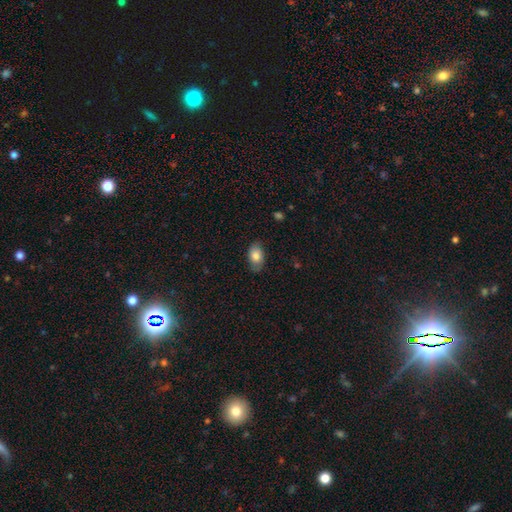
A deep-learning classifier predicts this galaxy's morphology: A smooth galaxy with no disk features (80%) that is in between round and cigar-shaped (91%). Merging: none (78%).